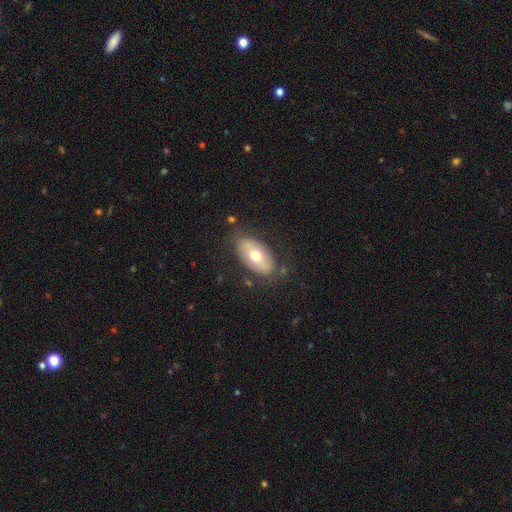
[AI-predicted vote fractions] The model was most divided on "smooth or featured": smooth: 58%, featured or disk: 36%, star or artifact: 7%. More confident: how rounded — in between (92%); merging — none (78%).